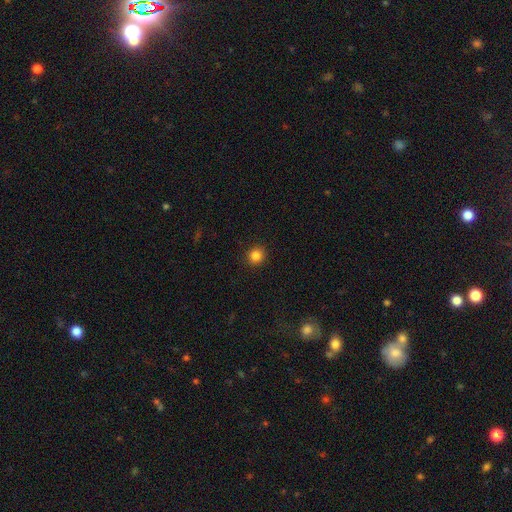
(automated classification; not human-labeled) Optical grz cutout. It shows a smooth galaxy with no disk features (84%) that is round (87%). Merging: none (91%).